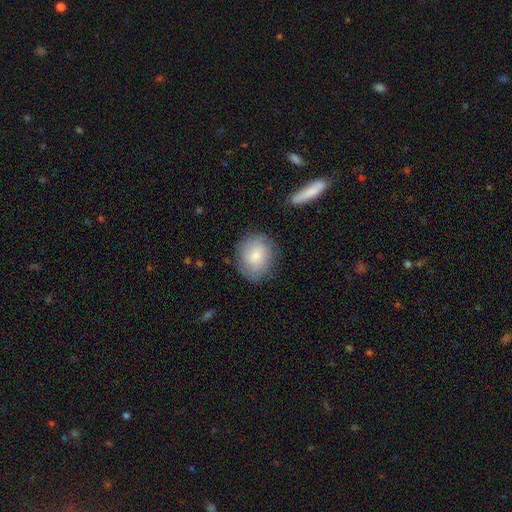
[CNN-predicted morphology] smooth_or_featured: smooth (p=0.75) [alt: featured or disk p=0.19]
how_rounded: round (p=0.60) [alt: in between p=0.39]
merging: none (p=0.79) [alt: minor disturbance p=0.15]